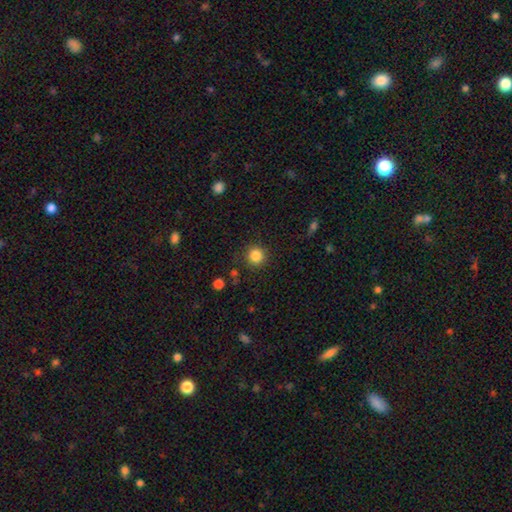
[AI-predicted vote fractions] smooth 85%, star or artifact 11%, featured or disk 4%. Down the decision tree: how rounded — round (93%); merging — none (88%).